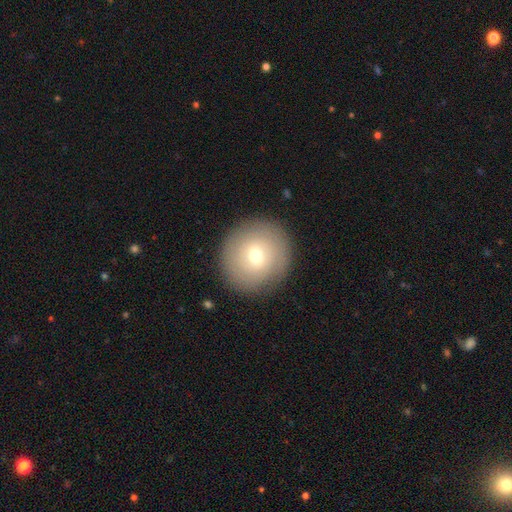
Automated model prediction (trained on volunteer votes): smooth 66%, featured or disk 24%, star or artifact 10%. Down the decision tree: how rounded — round (92%); merging — none (89%).